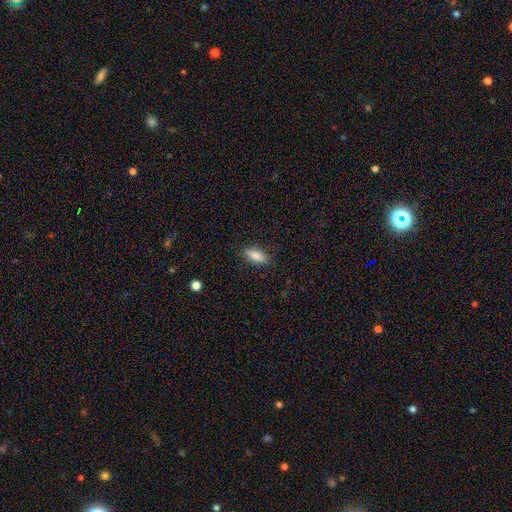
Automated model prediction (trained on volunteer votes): This is clearly a smooth galaxy (85%). How rounded: clearly in between (82%). Merging: clearly none (86%).